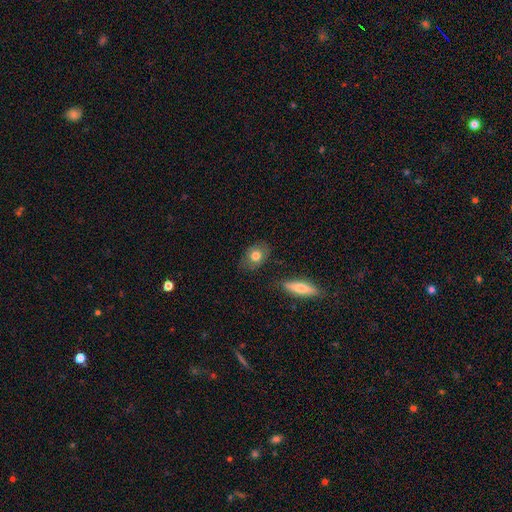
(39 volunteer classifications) A smooth galaxy with no disk features (64%) that is in between round and cigar-shaped (64%).

Vote fractions:
- Smooth or featured? smooth: 64% / featured or disk: 26% / star or artifact: 10%
- How rounded? in between: 64% / round: 36% / cigar-shaped: 0%
- Merging? none: 80% / minor disturbance: 20% / major disturbance: 0% / merger: 0%